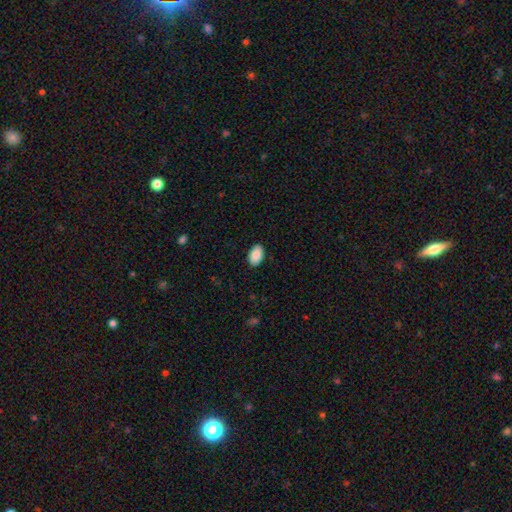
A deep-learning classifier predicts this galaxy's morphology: type=smooth (90%); roundness=in between (92%); merging=none (89%).